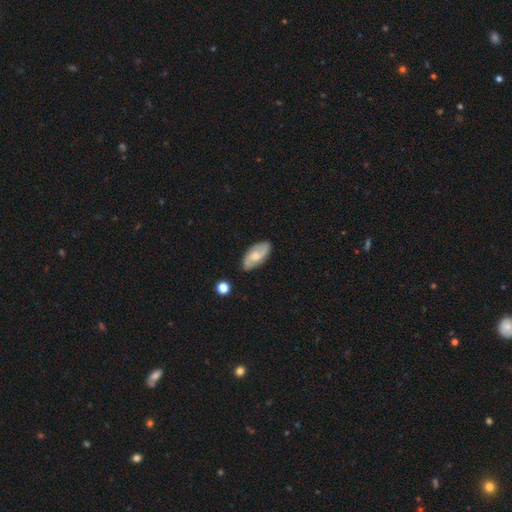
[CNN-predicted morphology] type=featured or disk (59%); edge-on=no (93%); bar=no (51%); spiral arms=yes (89%); bulge=moderate (46%); merging=none (81%).